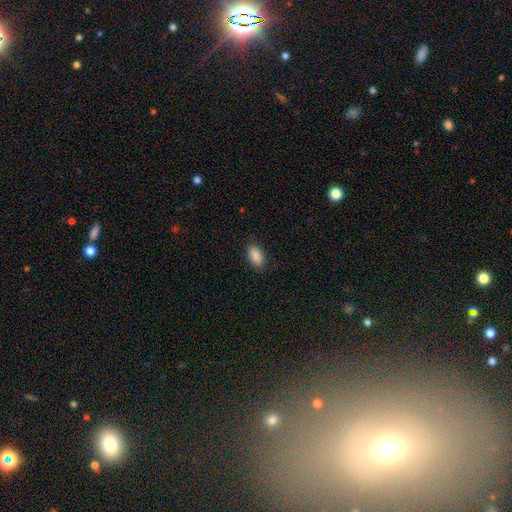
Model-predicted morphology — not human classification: Smooth or featured? Predicted: smooth (p=0.89). How rounded? Predicted: in between (p=0.93). Merging? Predicted: none (p=0.87).